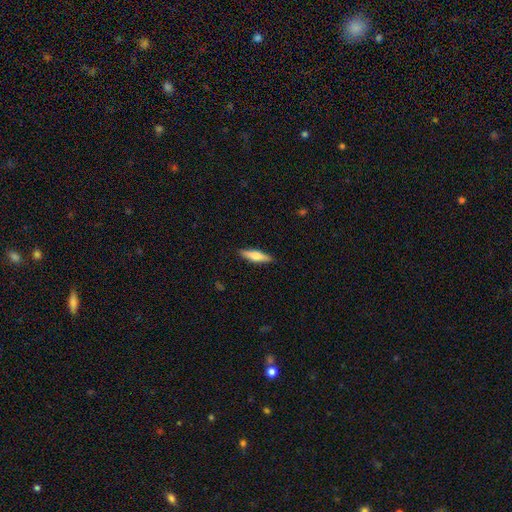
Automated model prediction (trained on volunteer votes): A smooth galaxy with no disk features (56%) that is cigar-shaped (71%). Merging: none (90%).